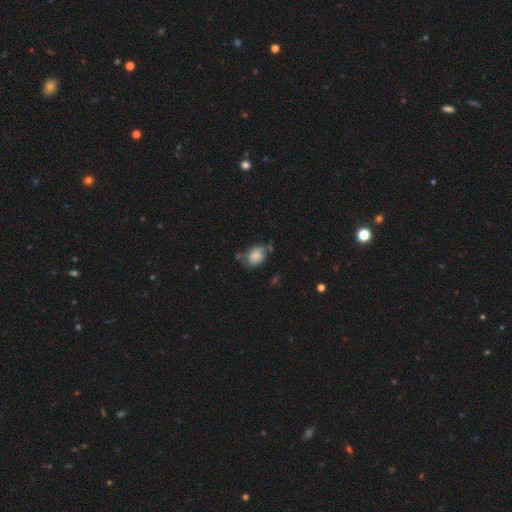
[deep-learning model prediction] Smooth or featured? smooth (79%)
How rounded? in between (66%)
Merging? none (50%)